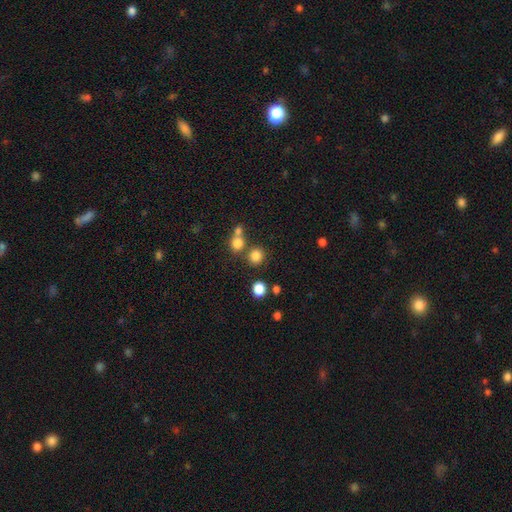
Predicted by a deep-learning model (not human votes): smooth_or_featured: smooth (p=0.80) [alt: star or artifact p=0.15]
how_rounded: round (p=0.88) [alt: in between p=0.11]
merging: none (p=0.71) [alt: merger p=0.17]